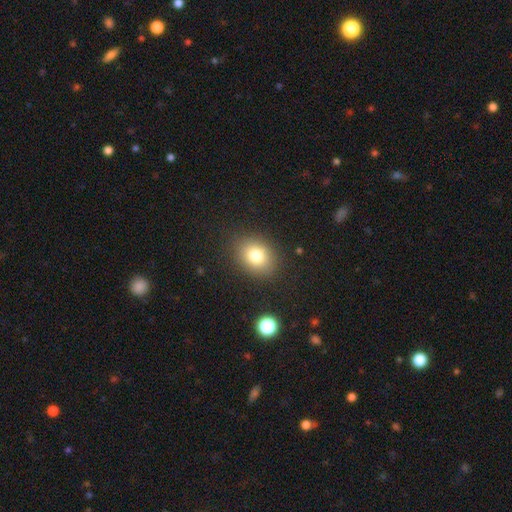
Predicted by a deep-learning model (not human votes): Q: Smooth or featured?
A: smooth (78%); runner-up: star or artifact (12%)
Q: How rounded?
A: round (51%); runner-up: in between (48%)
Q: Merging?
A: none (86%); runner-up: minor disturbance (9%)